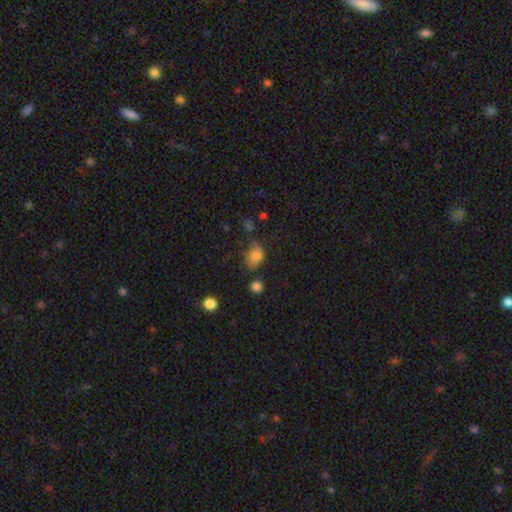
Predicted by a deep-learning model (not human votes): smooth_or_featured: smooth (p=0.79) [alt: star or artifact p=0.12]
how_rounded: in between (p=0.66) [alt: round p=0.32]
merging: none (p=0.46) [alt: minor disturbance p=0.31]